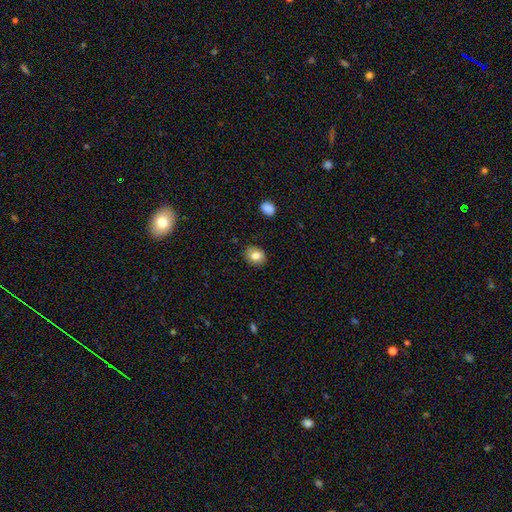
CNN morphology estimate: smooth-or-featured: smooth: 81% | featured or disk: 10% | star or artifact: 9%
  how-rounded: in between: 52% | round: 47% | cigar-shaped: 1%
  merging: none: 85% | minor disturbance: 11% | major disturbance: 2% | merger: 1%